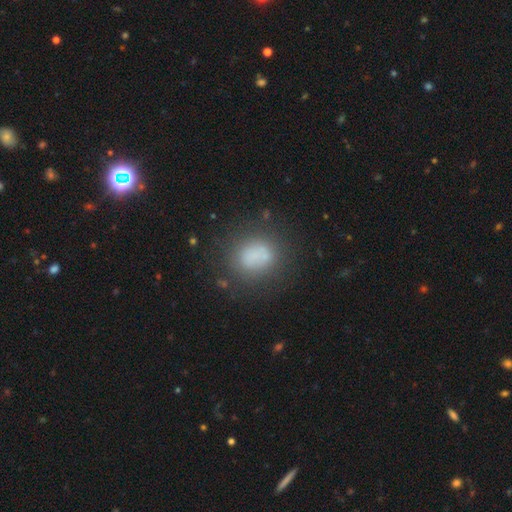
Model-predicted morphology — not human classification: smooth-or-featured: smooth: 72% | featured or disk: 15% | star or artifact: 13%
  how-rounded: round: 60% | in between: 38% | cigar-shaped: 2%
  merging: none: 65% | minor disturbance: 16% | merger: 10% | major disturbance: 9%